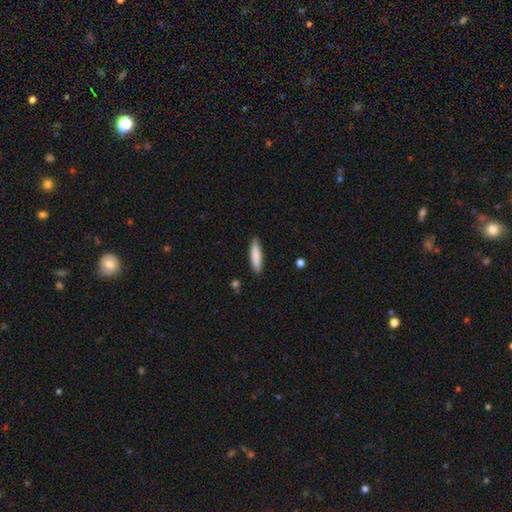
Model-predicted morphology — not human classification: A smooth galaxy with no disk features (85%) that is cigar-shaped (78%). Merging: none (86%).